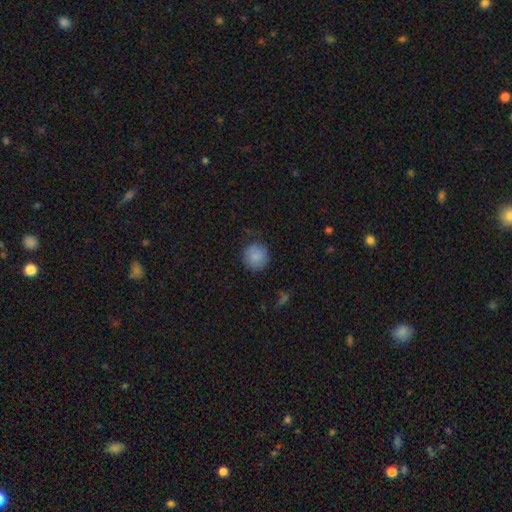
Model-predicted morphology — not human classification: This is clearly a smooth galaxy (84%). How rounded: clearly round (92%). Merging: likely none (77%).